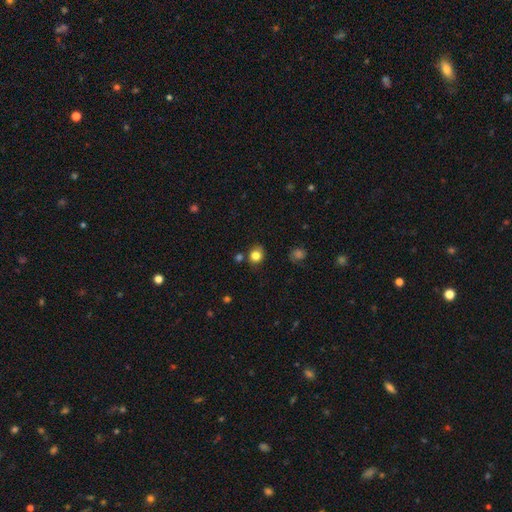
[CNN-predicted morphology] smooth 82%, star or artifact 12%, featured or disk 6%. Down the decision tree: how rounded — round (76%); merging — none (76%).